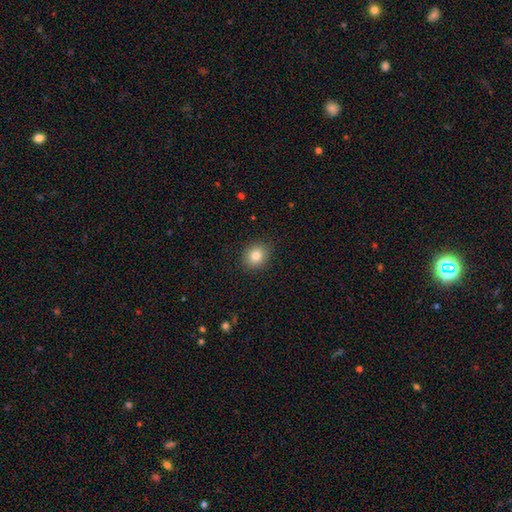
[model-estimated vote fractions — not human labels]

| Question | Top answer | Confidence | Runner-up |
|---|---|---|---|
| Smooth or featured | smooth | 82% | star or artifact (10%) |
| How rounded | round | 75% | in between (24%) |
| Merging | none | 89% | minor disturbance (8%) |